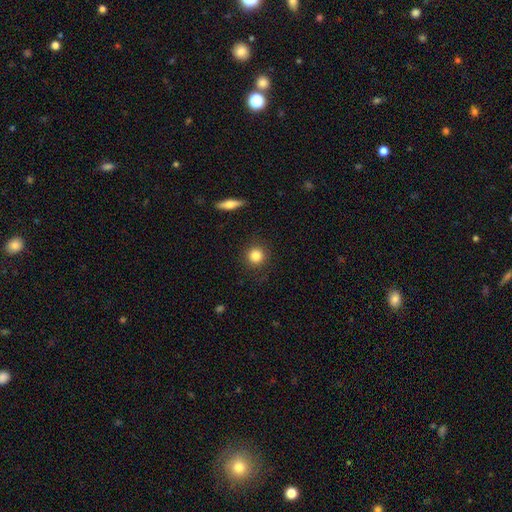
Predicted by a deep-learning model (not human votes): Smooth or featured? smooth (84%)
How rounded? round (92%)
Merging? none (89%)